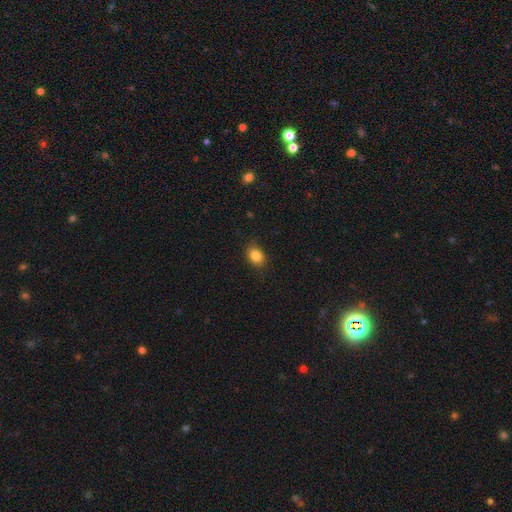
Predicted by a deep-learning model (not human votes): Smooth or featured?
  - smooth: 85% *
  - star or artifact: 10%
  - featured or disk: 5%
How rounded?
  - in between: 67% *
  - round: 32%
  - cigar-shaped: 1%
Merging?
  - none: 82% *
  - minor disturbance: 14%
  - major disturbance: 3%
  - merger: 1%